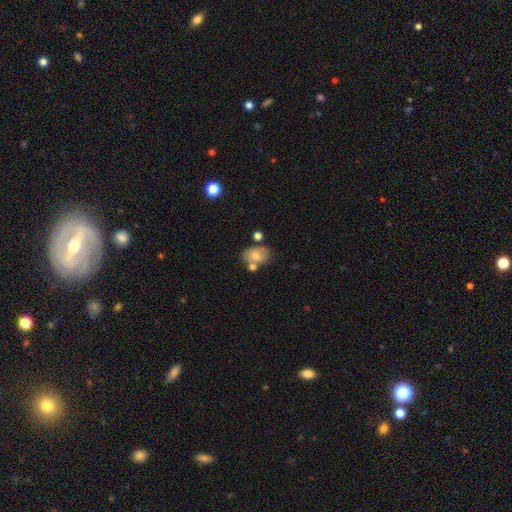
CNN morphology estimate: Smooth or featured? smooth (71%)
How rounded? in between (76%)
Merging? none (57%)